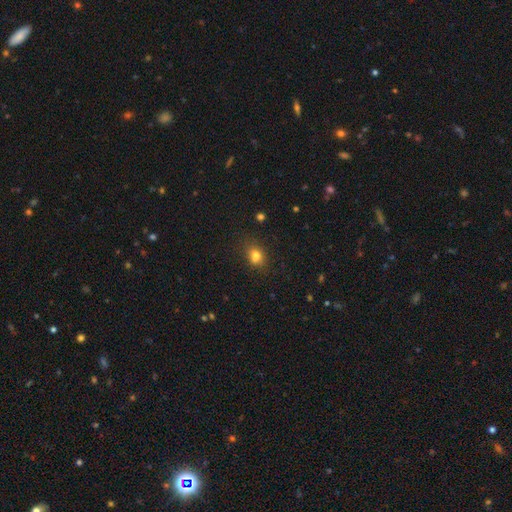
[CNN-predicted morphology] This is likely a smooth galaxy (77%). How rounded: possibly round (51%). Merging: likely none (67%).